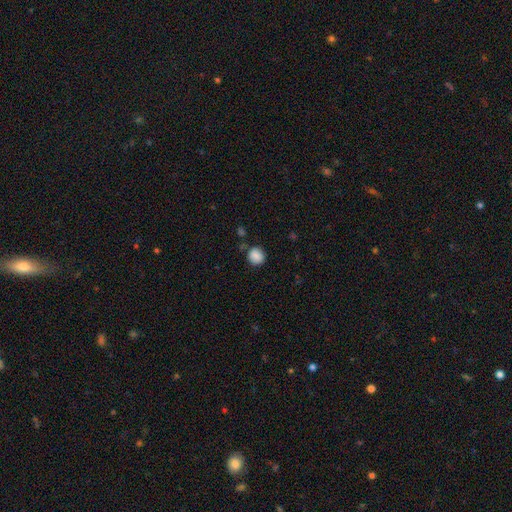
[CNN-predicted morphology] type=smooth (87%); roundness=round (79%); merging=none (76%).